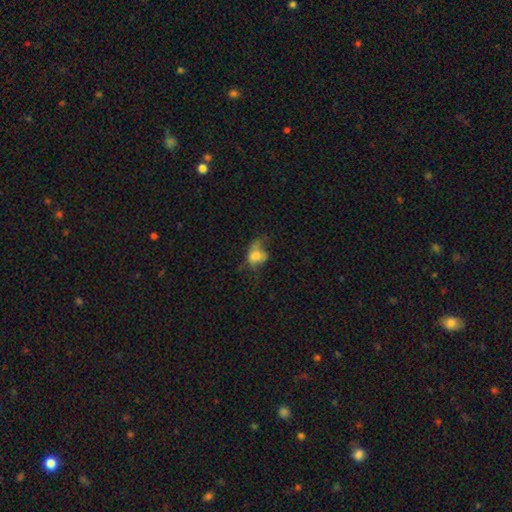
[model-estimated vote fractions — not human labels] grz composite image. It shows a smooth galaxy with no disk features (66%) that is in between round and cigar-shaped (66%). Merging: major disturbance (45%).